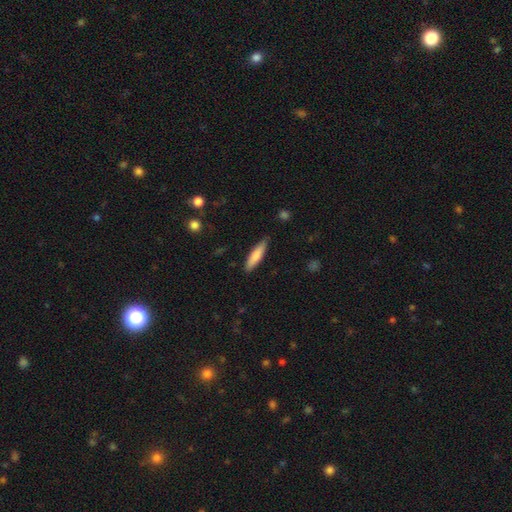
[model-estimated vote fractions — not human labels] Morphology: type=smooth (77%); roundness=cigar-shaped (76%); merging=none (85%).